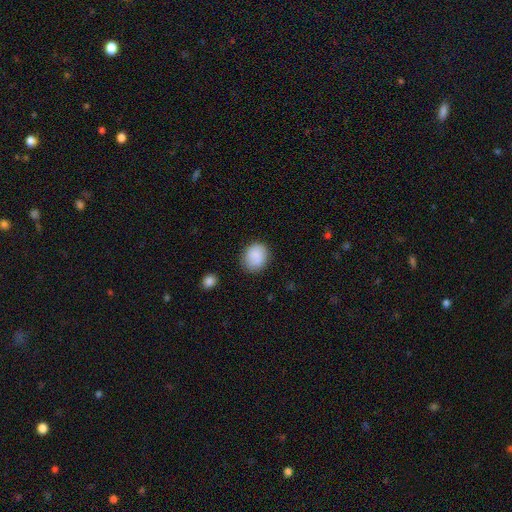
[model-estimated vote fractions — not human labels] Q: Smooth or featured?
A: smooth (88%); runner-up: star or artifact (7%)
Q: How rounded?
A: round (67%); runner-up: in between (32%)
Q: Merging?
A: none (84%); runner-up: minor disturbance (12%)